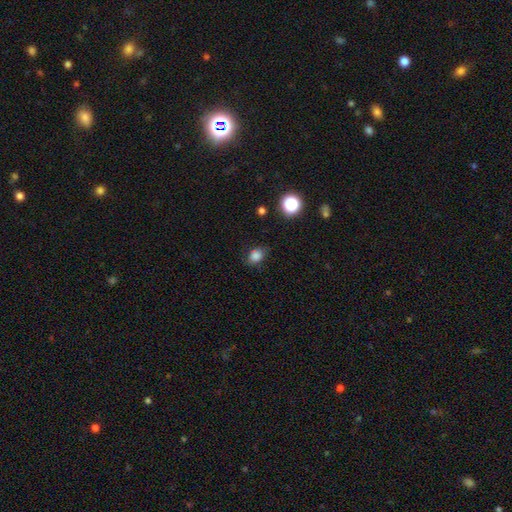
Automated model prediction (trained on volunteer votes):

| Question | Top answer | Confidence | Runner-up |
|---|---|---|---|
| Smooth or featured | smooth | 82% | star or artifact (13%) |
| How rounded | in between | 59% | round (40%) |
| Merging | none | 78% | minor disturbance (17%) |